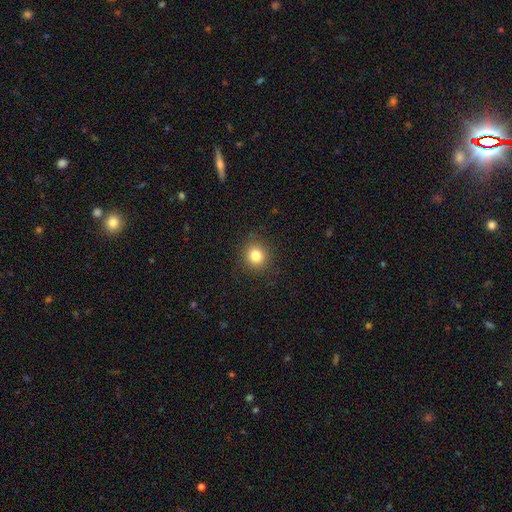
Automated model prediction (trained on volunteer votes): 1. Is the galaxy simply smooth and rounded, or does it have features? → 82% smooth, 11% star or artifact, 6% featured or disk.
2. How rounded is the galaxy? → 86% round, 13% in between, 1% cigar-shaped.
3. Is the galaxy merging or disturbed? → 89% none, 7% minor disturbance, 3% major disturbance, 1% merger.